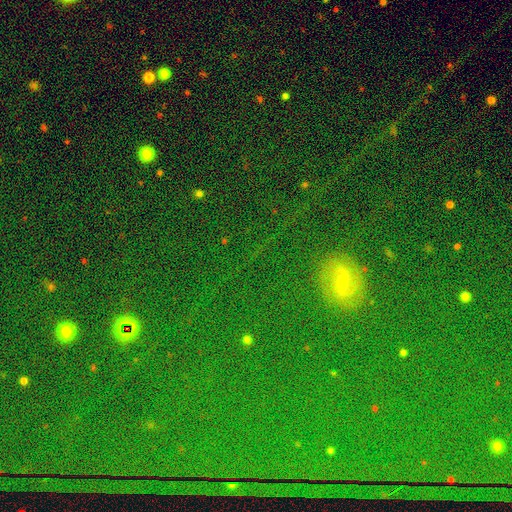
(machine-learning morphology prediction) star or artifact 67%, smooth 24%, featured or disk 9%.